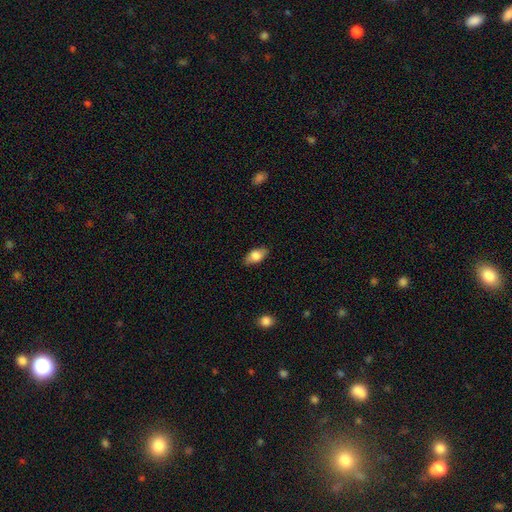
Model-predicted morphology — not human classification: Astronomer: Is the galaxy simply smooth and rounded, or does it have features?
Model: smooth — 76%.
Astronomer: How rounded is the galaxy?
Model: in between — 89%.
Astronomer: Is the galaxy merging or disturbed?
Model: none — 85%.